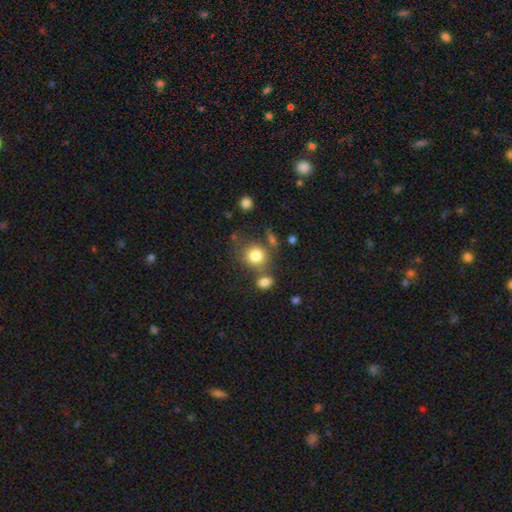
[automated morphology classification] A smooth galaxy with no disk features (81%) that is round (82%).

Vote fractions:
- Smooth or featured? smooth: 81% / star or artifact: 11% / featured or disk: 9%
- How rounded? round: 82% / in between: 16% / cigar-shaped: 1%
- Merging? none: 60% / merger: 22% / minor disturbance: 13% / major disturbance: 6%